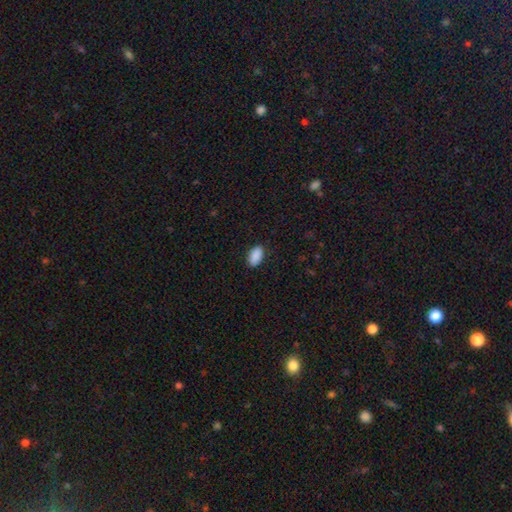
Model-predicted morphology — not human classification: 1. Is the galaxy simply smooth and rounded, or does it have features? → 90% smooth, 7% star or artifact, 3% featured or disk.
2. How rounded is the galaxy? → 94% in between, 4% round, 2% cigar-shaped.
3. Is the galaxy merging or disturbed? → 87% none, 10% minor disturbance, 2% major disturbance, 1% merger.